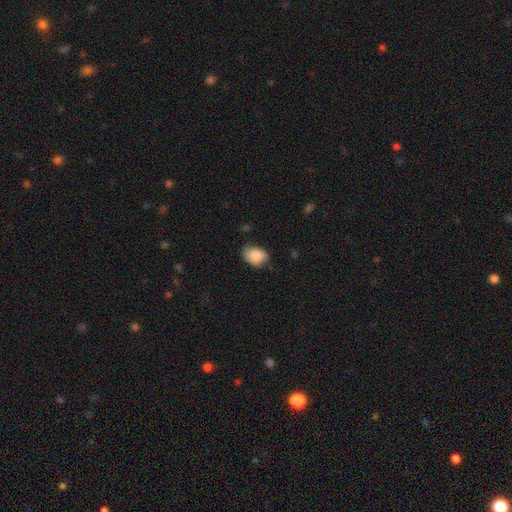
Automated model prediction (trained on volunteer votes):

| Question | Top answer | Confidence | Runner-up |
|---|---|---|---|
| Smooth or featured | smooth | 86% | star or artifact (7%) |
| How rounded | in between | 75% | round (24%) |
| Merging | none | 63% | minor disturbance (30%) |